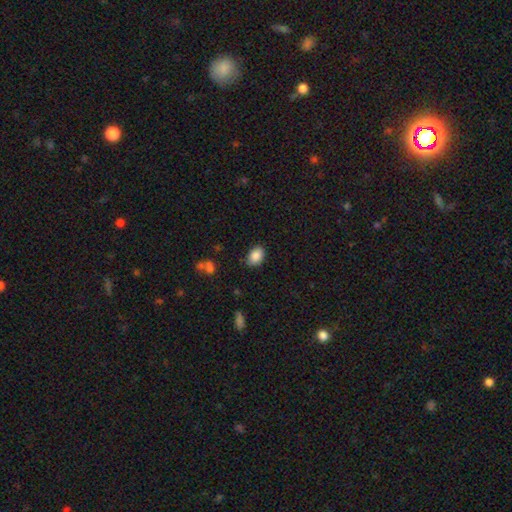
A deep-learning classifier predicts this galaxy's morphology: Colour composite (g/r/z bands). It shows a smooth galaxy with no disk features (87%) that is in between round and cigar-shaped (80%). Merging: none (83%).